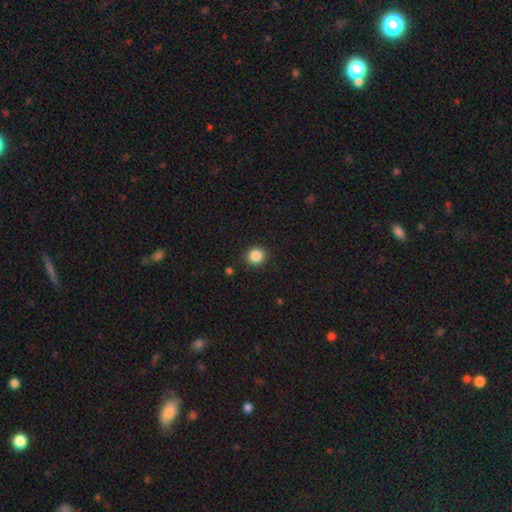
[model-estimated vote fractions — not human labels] smooth-or-featured: smooth: 85% | star or artifact: 11% | featured or disk: 4%
  how-rounded: round: 88% | in between: 11% | cigar-shaped: 1%
  merging: none: 90% | minor disturbance: 6% | major disturbance: 2% | merger: 1%